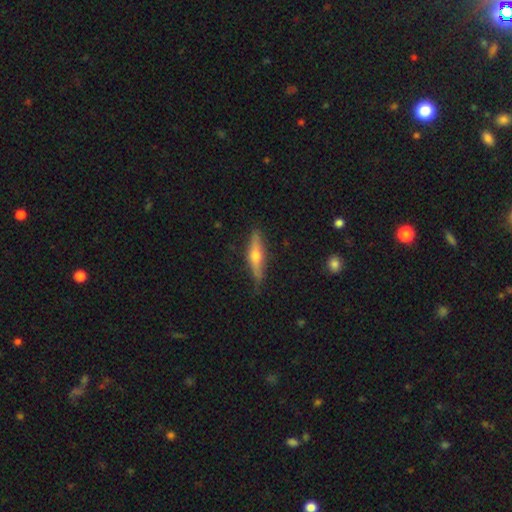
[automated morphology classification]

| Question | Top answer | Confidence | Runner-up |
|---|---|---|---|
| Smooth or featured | featured or disk | 63% | smooth (31%) |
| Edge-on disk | yes | 95% | no (5%) |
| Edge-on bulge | rounded | 92% | none (4%) |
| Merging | none | 83% | minor disturbance (13%) |